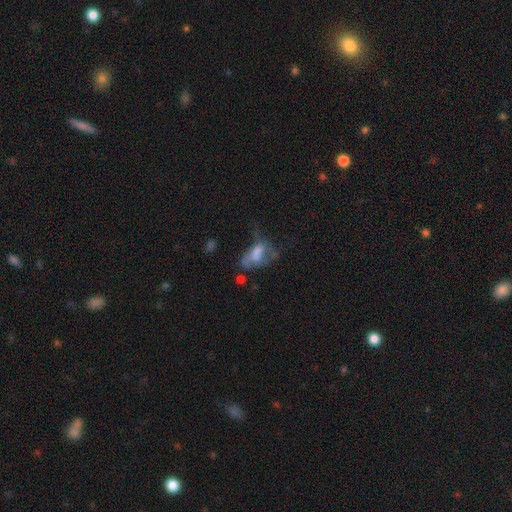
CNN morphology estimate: smooth-or-featured: featured or disk: 45% | smooth: 42% | star or artifact: 13%
  merging: major disturbance: 43% | none: 25% | minor disturbance: 20% | merger: 13%